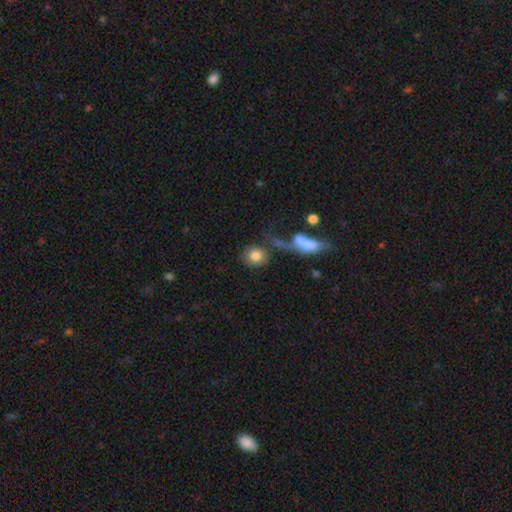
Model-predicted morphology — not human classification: smooth 80%, featured or disk 11%, star or artifact 9%. Down the decision tree: how rounded — round (74%); merging — none (54%).